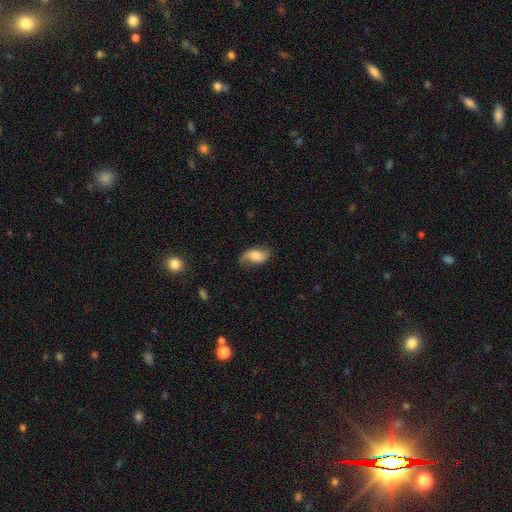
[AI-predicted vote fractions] Q: Smooth or featured?
A: smooth (49%); runner-up: featured or disk (43%)
Q: Merging?
A: none (61%); runner-up: minor disturbance (26%)